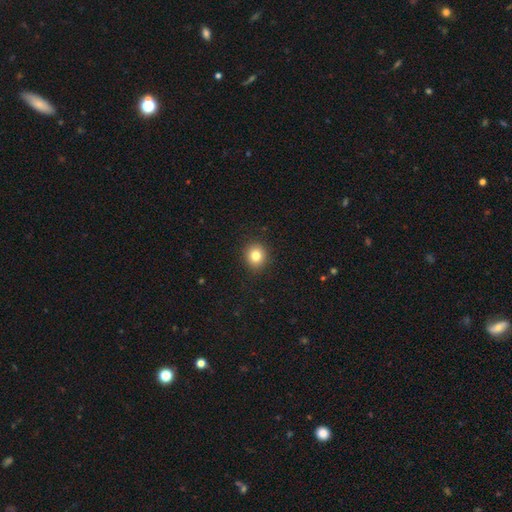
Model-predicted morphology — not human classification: This appears to be a smooth galaxy with no disk features (81%) that is round (82%). Merging: none (91%).